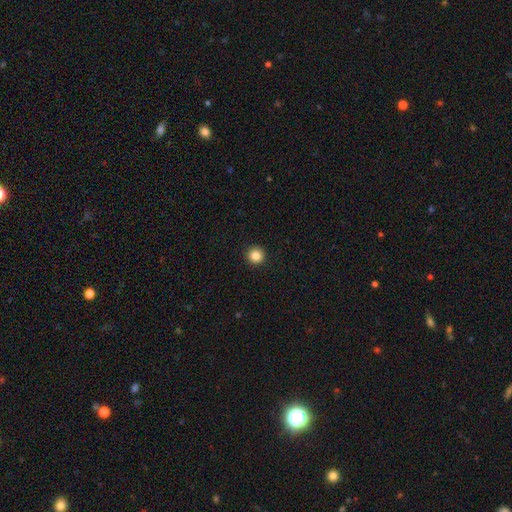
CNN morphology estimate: smooth 85%, star or artifact 11%, featured or disk 4%. Down the decision tree: how rounded — round (96%); merging — none (94%).